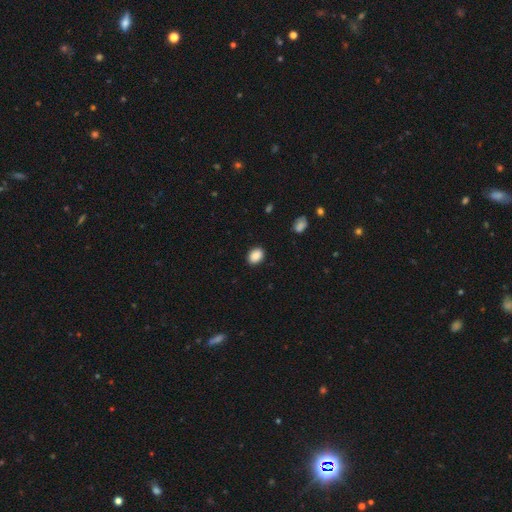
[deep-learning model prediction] smooth_or_featured: smooth (p=0.88) [alt: star or artifact p=0.08]
how_rounded: in between (p=0.65) [alt: round p=0.34]
merging: none (p=0.89) [alt: minor disturbance p=0.08]